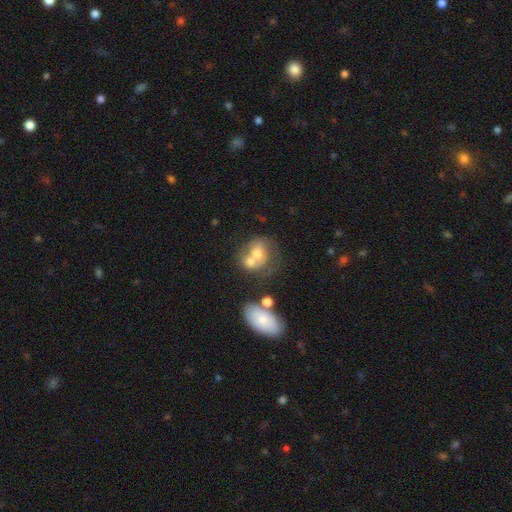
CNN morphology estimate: smooth_or_featured: smooth (p=0.55) [alt: featured or disk p=0.35]
how_rounded: round (p=0.49) [tied with: in between p=0.49]
merging: merger (p=0.57) [alt: none p=0.22]